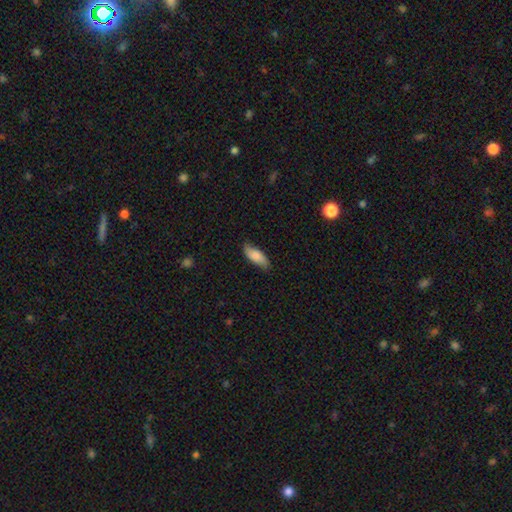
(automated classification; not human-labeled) This is clearly a smooth galaxy (82%). How rounded: likely in between (77%). Merging: likely none (79%).